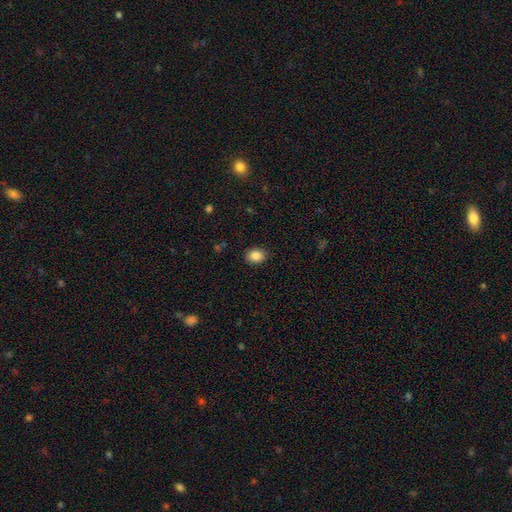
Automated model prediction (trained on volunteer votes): Smooth or featured?
  - smooth: 86% *
  - star or artifact: 9%
  - featured or disk: 5%
How rounded?
  - in between: 53% *
  - round: 46%
  - cigar-shaped: 1%
Merging?
  - none: 89% *
  - minor disturbance: 8%
  - major disturbance: 2%
  - merger: 1%